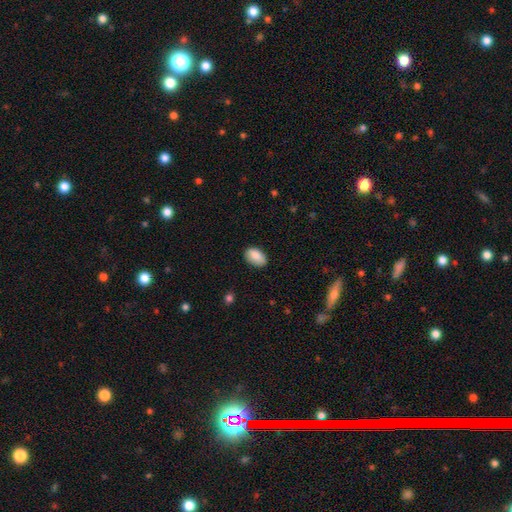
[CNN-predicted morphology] Smooth or featured: smooth — 88% (star or artifact — 7%)
How rounded: in between — 91% (round — 7%)
Merging: none — 82% (minor disturbance — 15%)